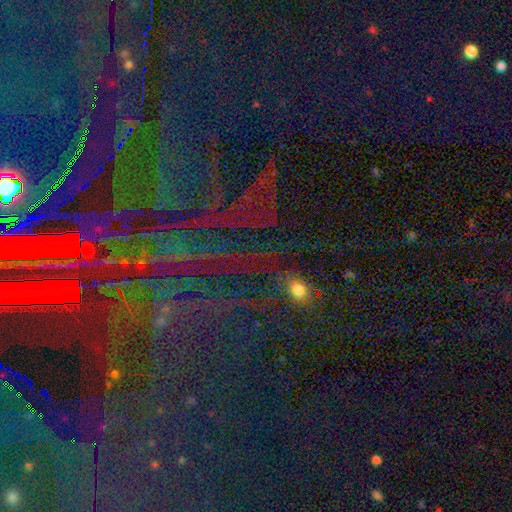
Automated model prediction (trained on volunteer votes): Q: Smooth or featured?
A: star or artifact (83%); runner-up: smooth (9%)